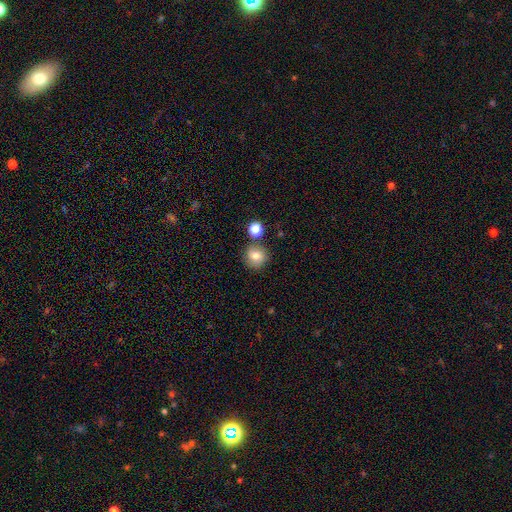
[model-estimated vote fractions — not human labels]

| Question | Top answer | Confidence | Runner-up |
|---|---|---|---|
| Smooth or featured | smooth | 77% | featured or disk (12%) |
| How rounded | round | 89% | in between (10%) |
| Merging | none | 74% | merger (11%) |